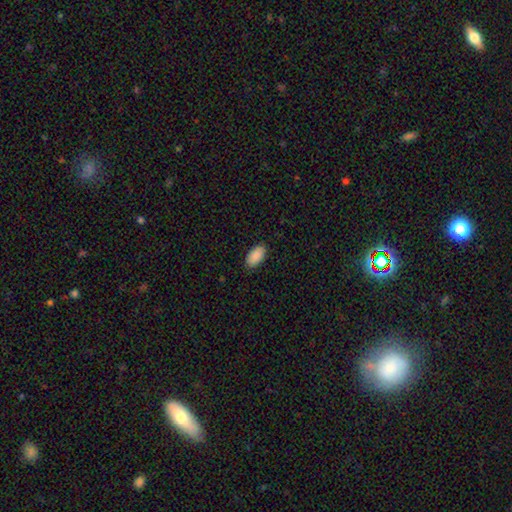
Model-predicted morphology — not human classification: A smooth galaxy with no disk features (90%) that is in between round and cigar-shaped (95%).

Vote fractions:
- Smooth or featured? smooth: 90% / star or artifact: 6% / featured or disk: 3%
- How rounded? in between: 95% / round: 3% / cigar-shaped: 2%
- Merging? none: 88% / minor disturbance: 9% / major disturbance: 2% / merger: 1%